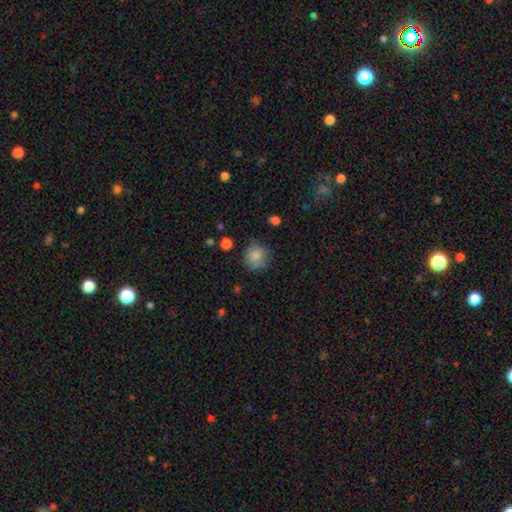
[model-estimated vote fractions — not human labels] Morphology: type=smooth (81%); roundness=round (87%); merging=none (69%).